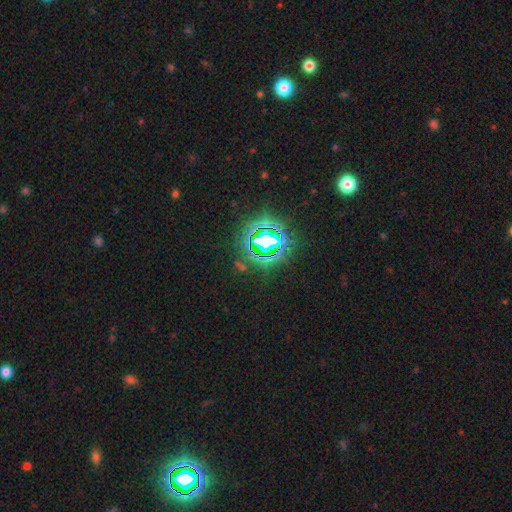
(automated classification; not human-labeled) This appears to be a star or artifact, not a galaxy (83%).